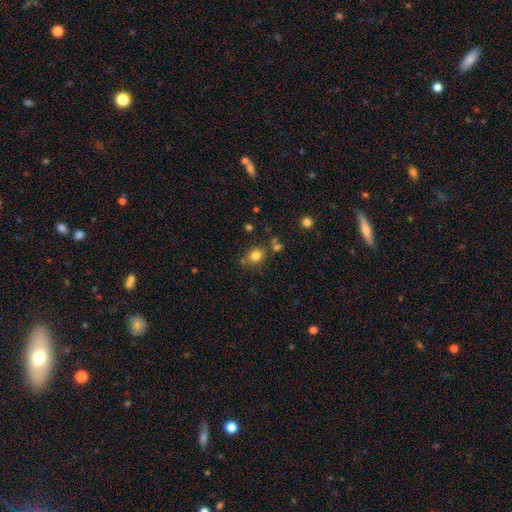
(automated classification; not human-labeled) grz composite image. It shows a smooth galaxy with no disk features (81%) that is round (59%). Merging: none (72%).